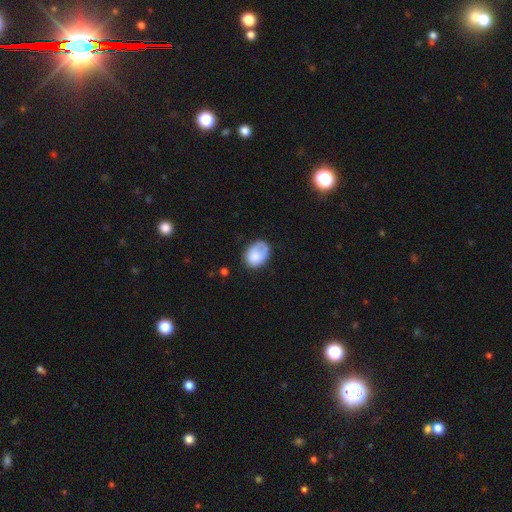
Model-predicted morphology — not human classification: The model was most divided on "merging": none: 50%, minor disturbance: 31%, major disturbance: 15%, merger: 4%. More confident: smooth or featured — smooth (74%); how rounded — in between (70%).